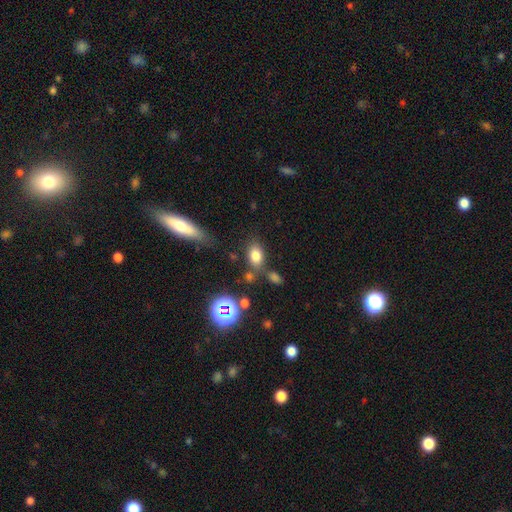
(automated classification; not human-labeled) smooth 76%, star or artifact 14%, featured or disk 10%. Down the decision tree: how rounded — in between (81%); merging — none (68%).